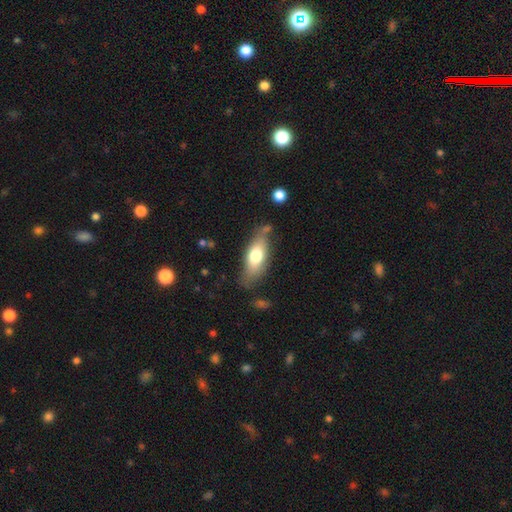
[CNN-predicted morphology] Smooth or featured? Predicted: smooth (p=0.68). How rounded? Predicted: in between (p=0.71). Merging? Predicted: none (p=0.68).